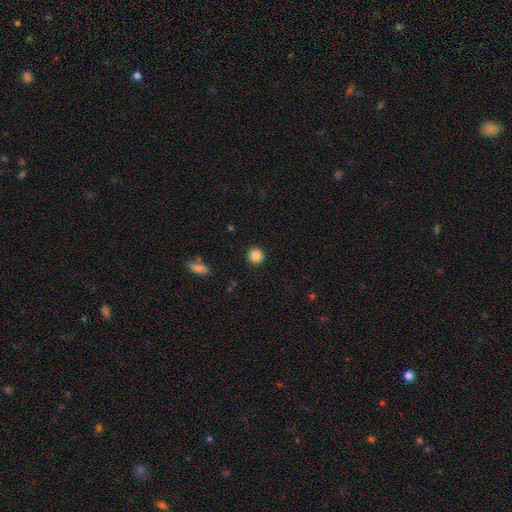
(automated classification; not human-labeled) smooth-or-featured: smooth: 86% | star or artifact: 10% | featured or disk: 4%
  how-rounded: round: 94% | in between: 5% | cigar-shaped: 1%
  merging: none: 92% | minor disturbance: 5% | major disturbance: 2% | merger: 1%